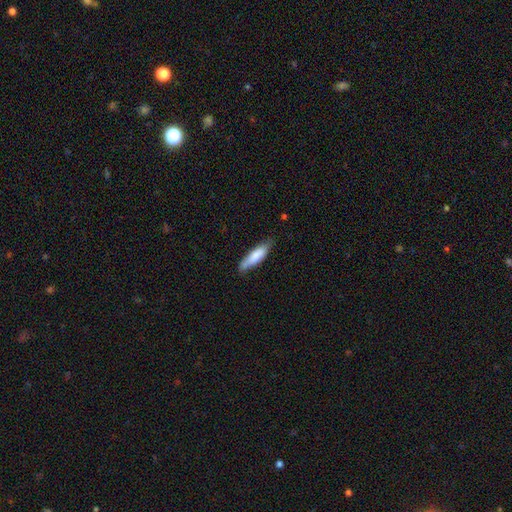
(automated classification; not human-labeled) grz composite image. It shows a smooth galaxy with no disk features (78%) that is cigar-shaped (66%). Merging: none (75%).